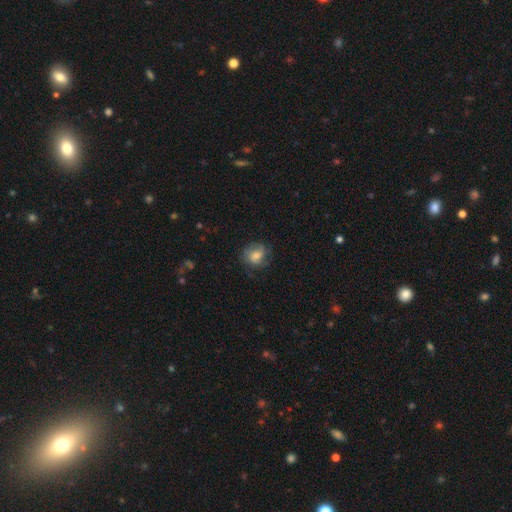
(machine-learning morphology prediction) Smooth or featured? smooth (63%)
How rounded? round (68%)
Merging? none (66%)